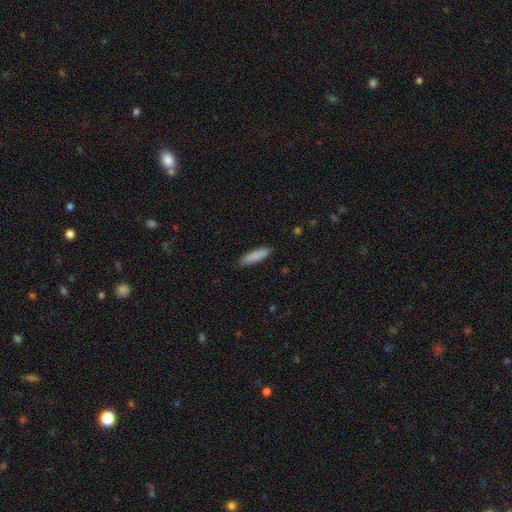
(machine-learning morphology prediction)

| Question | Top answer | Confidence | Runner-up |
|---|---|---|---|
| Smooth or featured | smooth | 87% | featured or disk (7%) |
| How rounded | cigar-shaped | 65% | in between (33%) |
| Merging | none | 88% | minor disturbance (10%) |